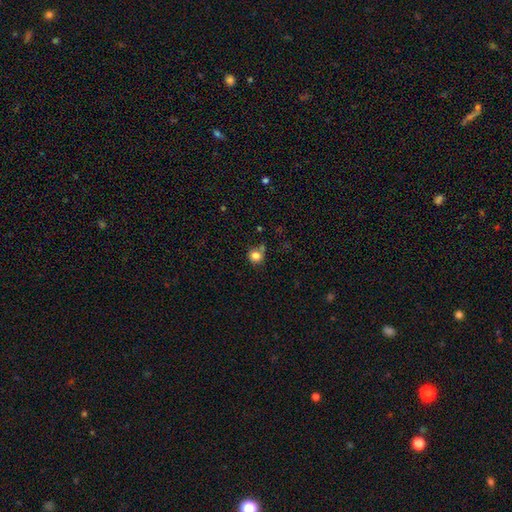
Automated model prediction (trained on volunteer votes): Smooth or featured?
  - smooth: 83% *
  - star or artifact: 11%
  - featured or disk: 6%
How rounded?
  - round: 87% *
  - in between: 12%
  - cigar-shaped: 1%
Merging?
  - none: 66% *
  - minor disturbance: 17%
  - merger: 12%
  - major disturbance: 5%